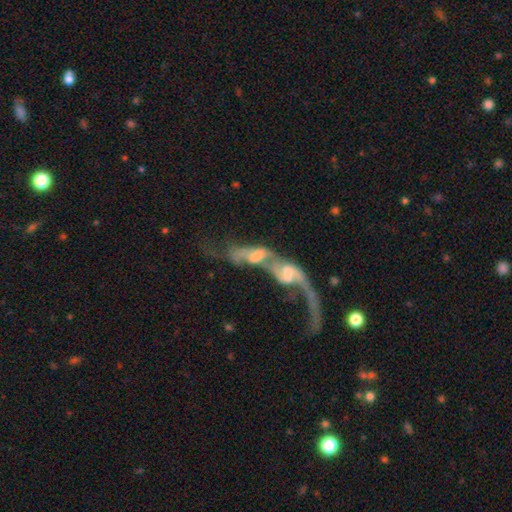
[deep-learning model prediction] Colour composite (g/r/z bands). It shows a featured or disk galaxy (69%) with no bar (48%), spiral arms (69%) and a moderate central bulge (35%). Merging: merger (79%).